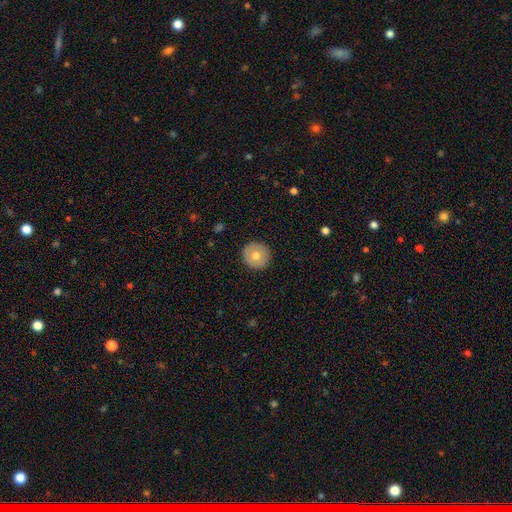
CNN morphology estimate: Smooth or featured? Predicted: smooth (p=0.67). How rounded? Predicted: round (p=0.94). Merging? Predicted: none (p=0.92).